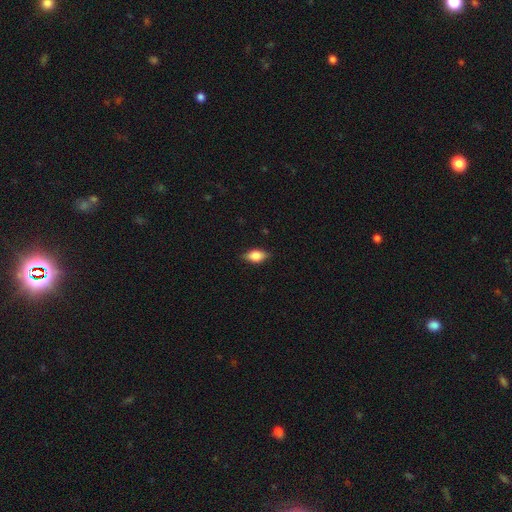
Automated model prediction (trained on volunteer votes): The model was most divided on "smooth or featured": smooth: 76%, featured or disk: 16%, star or artifact: 8%. More confident: how rounded — in between (85%); merging — none (82%).